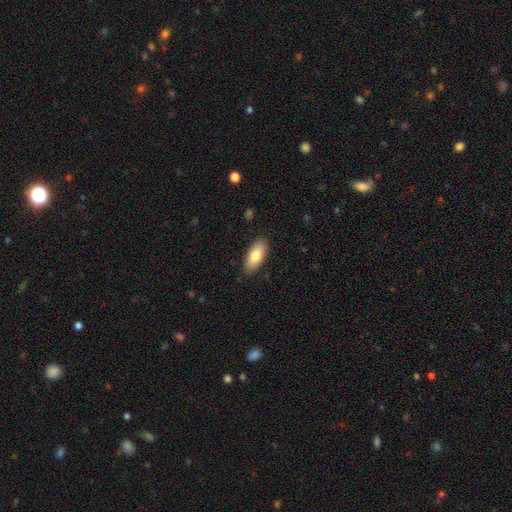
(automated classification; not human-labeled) smooth-or-featured: smooth: 81% | featured or disk: 13% | star or artifact: 6%
  how-rounded: in between: 85% | cigar-shaped: 13% | round: 2%
  merging: none: 87% | minor disturbance: 10% | major disturbance: 2% | merger: 1%